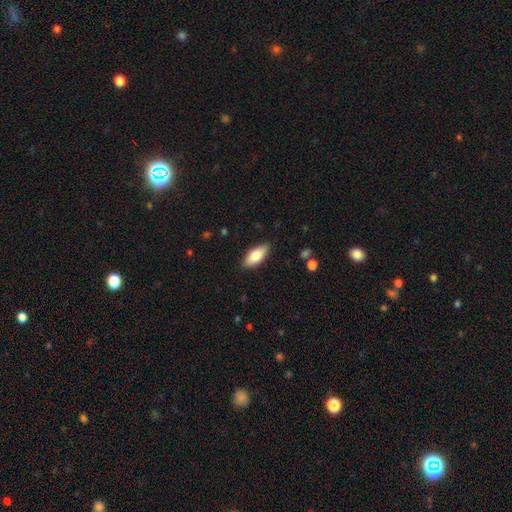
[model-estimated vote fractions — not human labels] A smooth galaxy with no disk features (79%) that is in between round and cigar-shaped (83%).

Vote fractions:
- Smooth or featured? smooth: 79% / featured or disk: 14% / star or artifact: 6%
- How rounded? in between: 83% / cigar-shaped: 15% / round: 2%
- Merging? none: 85% / minor disturbance: 12% / major disturbance: 2% / merger: 1%